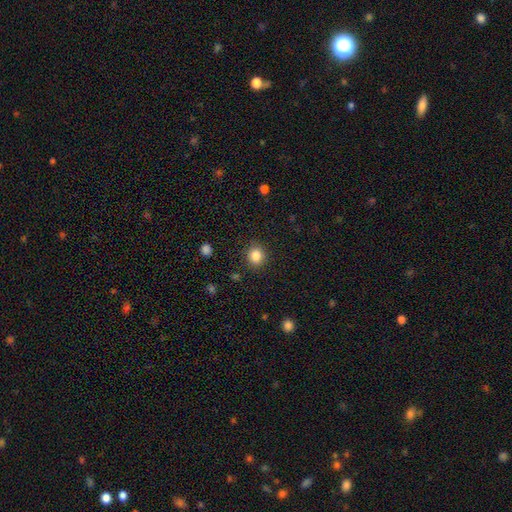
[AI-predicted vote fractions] smooth 85%, star or artifact 11%, featured or disk 5%. Down the decision tree: how rounded — round (83%); merging — none (89%).